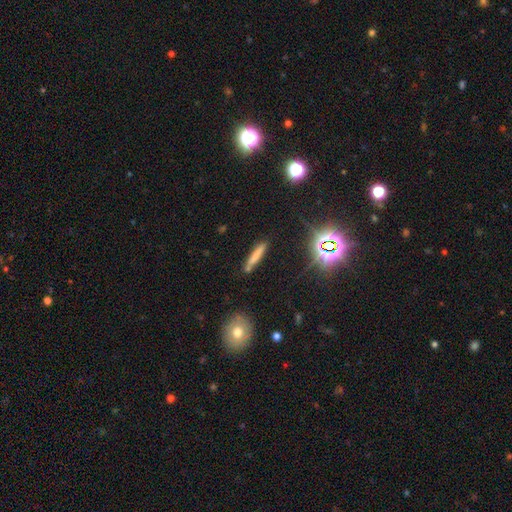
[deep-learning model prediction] Smooth or featured?
  - smooth: 69% *
  - featured or disk: 18%
  - star or artifact: 13%
How rounded?
  - cigar-shaped: 91% *
  - in between: 7%
  - round: 2%
Merging?
  - none: 80% *
  - minor disturbance: 12%
  - merger: 5%
  - major disturbance: 3%